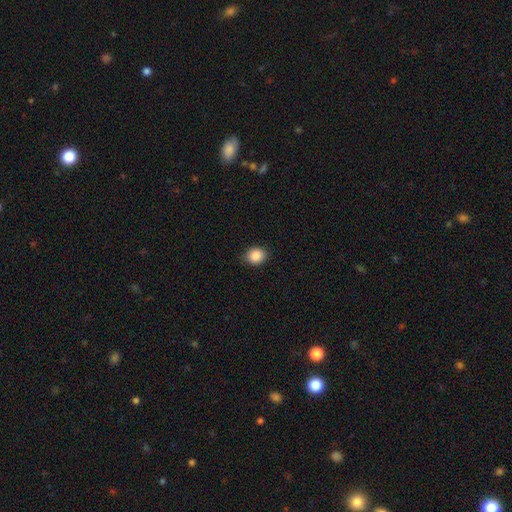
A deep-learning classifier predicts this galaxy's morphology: smooth_or_featured: smooth (p=0.88) [alt: star or artifact p=0.09]
how_rounded: round (p=0.58) [alt: in between p=0.41]
merging: none (p=0.85) [alt: minor disturbance p=0.12]